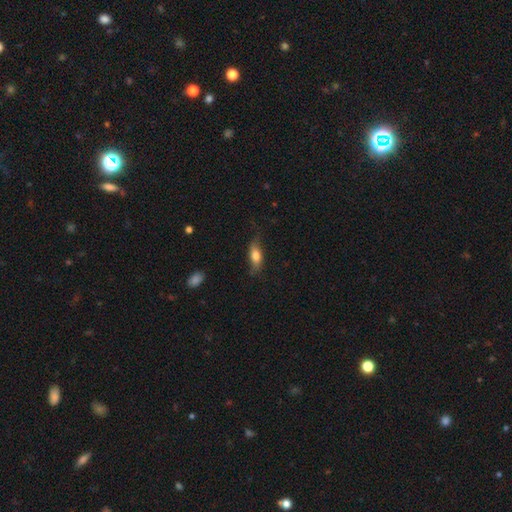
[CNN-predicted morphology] Smooth or featured? Predicted: smooth (p=0.72). How rounded? Predicted: in between (p=0.73). Merging? Predicted: none (p=0.65).